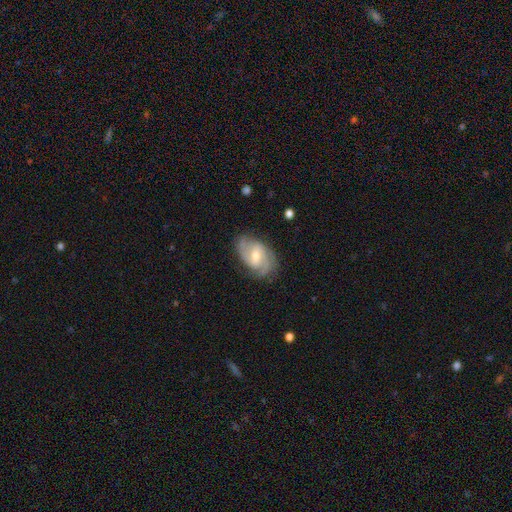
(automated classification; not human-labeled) featured or disk 81%, smooth 13%, star or artifact 6%. Down the decision tree: edge-on disk — no (96%); bar — weak (55%); spiral arms — yes (95%); spiral arm count — 2 (59%); spiral winding — medium (47%); bulge size — moderate (54%); merging — none (75%).